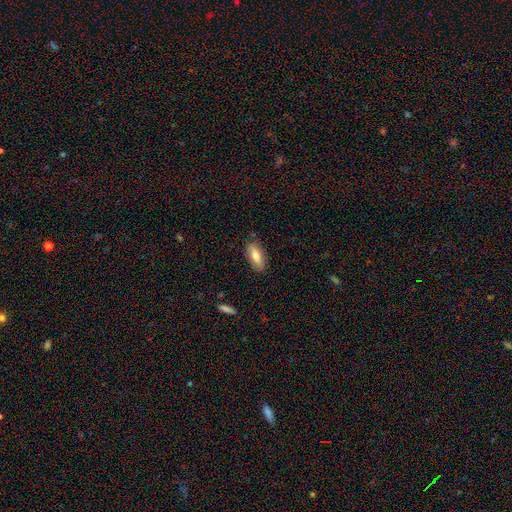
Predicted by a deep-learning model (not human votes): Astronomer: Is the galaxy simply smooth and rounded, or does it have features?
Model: smooth — 73%.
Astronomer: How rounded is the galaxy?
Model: in between — 79%.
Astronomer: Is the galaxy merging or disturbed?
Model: none — 83%.